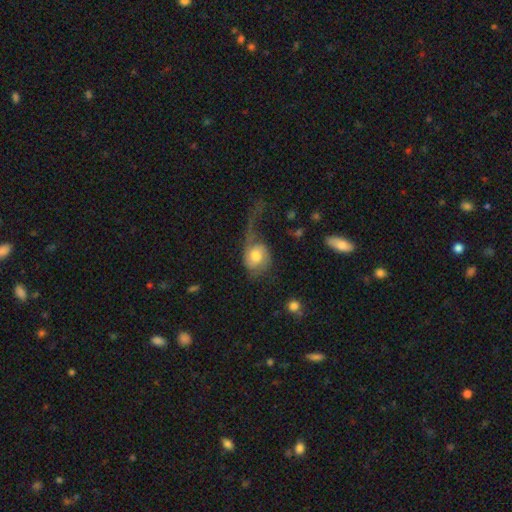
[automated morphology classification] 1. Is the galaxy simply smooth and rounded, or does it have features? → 55% featured or disk, 38% smooth, 7% star or artifact.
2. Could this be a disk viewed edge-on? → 96% no, 4% yes.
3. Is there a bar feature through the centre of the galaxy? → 69% no, 26% weak, 5% strong.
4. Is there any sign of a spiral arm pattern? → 83% yes, 17% no.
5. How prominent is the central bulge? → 61% moderate, 24% large, 10% small, 3% dominant, 2% none.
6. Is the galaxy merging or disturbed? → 57% major disturbance, 23% none, 16% minor disturbance, 4% merger.